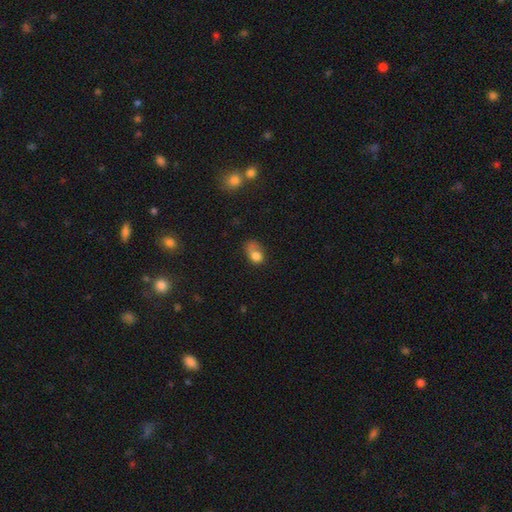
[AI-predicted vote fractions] smooth_or_featured: smooth (p=0.73) [alt: featured or disk p=0.16]
how_rounded: in between (p=0.71) [alt: round p=0.27]
merging: major disturbance (p=0.32) [alt: none p=0.31]